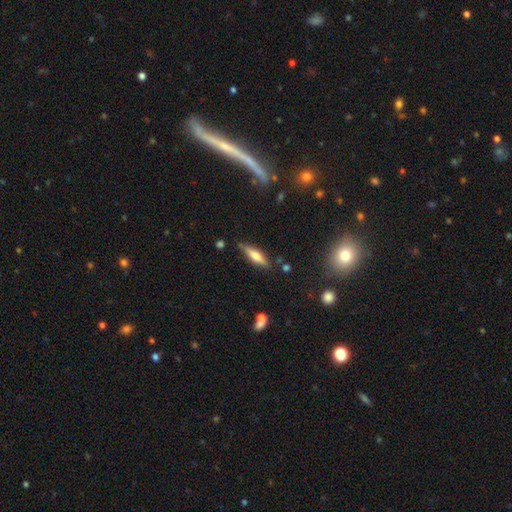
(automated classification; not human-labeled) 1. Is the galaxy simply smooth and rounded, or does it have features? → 47% featured or disk, 45% smooth, 7% star or artifact.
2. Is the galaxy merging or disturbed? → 81% none, 13% minor disturbance, 3% merger, 3% major disturbance.